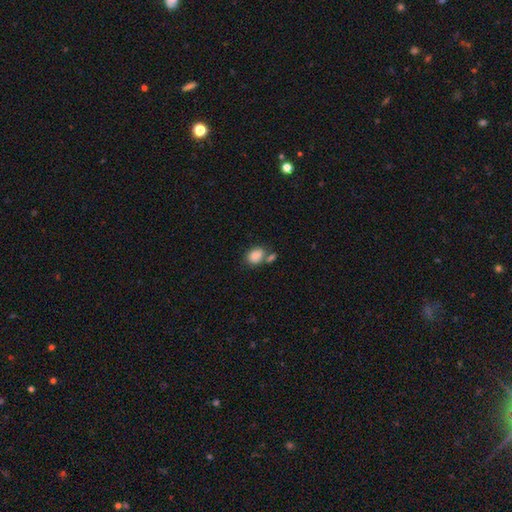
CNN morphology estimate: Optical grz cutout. It shows a smooth galaxy with no disk features (85%) that is in between round and cigar-shaped (69%). Merging: none (45%).